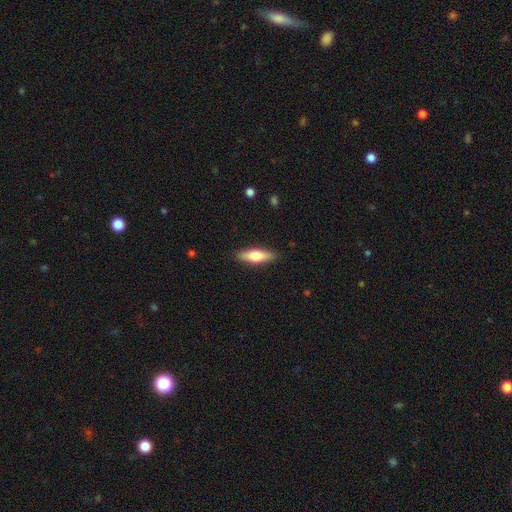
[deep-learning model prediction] Smooth or featured? Predicted: smooth (p=0.59). How rounded? Predicted: cigar-shaped (p=0.60). Merging? Predicted: none (p=0.89).